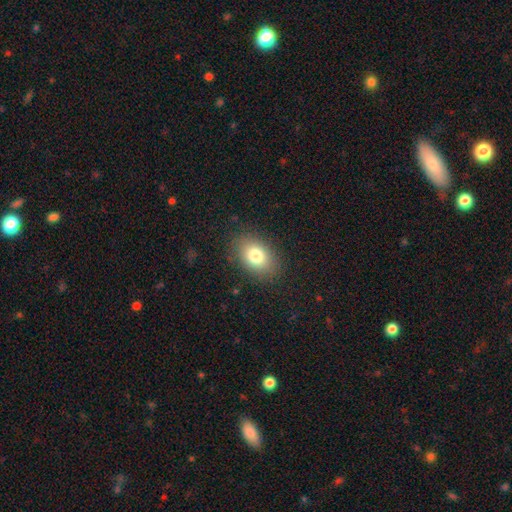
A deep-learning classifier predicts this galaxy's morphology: A smooth galaxy with no disk features (80%) that is in between round and cigar-shaped (80%).

Vote fractions:
- Smooth or featured? smooth: 80% / featured or disk: 11% / star or artifact: 10%
- How rounded? in between: 80% / round: 18% / cigar-shaped: 1%
- Merging? none: 84% / minor disturbance: 11% / major disturbance: 4% / merger: 1%